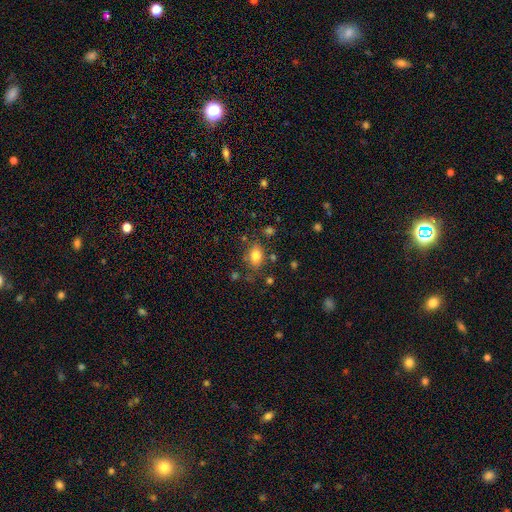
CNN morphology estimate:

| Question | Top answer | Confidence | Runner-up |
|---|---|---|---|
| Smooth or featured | smooth | 81% | star or artifact (11%) |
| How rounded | in between | 74% | round (25%) |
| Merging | none | 72% | minor disturbance (17%) |